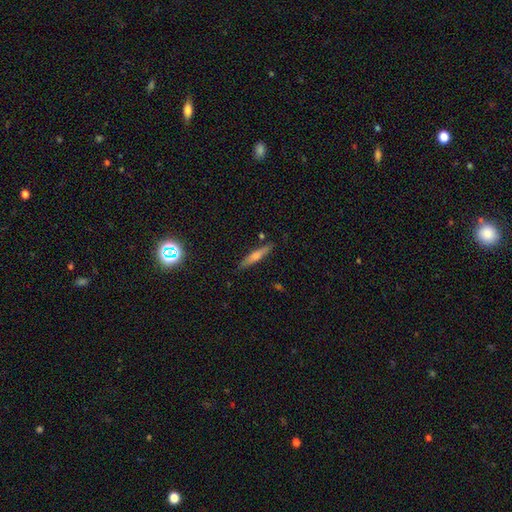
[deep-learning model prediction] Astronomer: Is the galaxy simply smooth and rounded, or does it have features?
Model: smooth — 46% (runner-up: featured or disk, 44%).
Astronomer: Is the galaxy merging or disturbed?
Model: none — 87%.